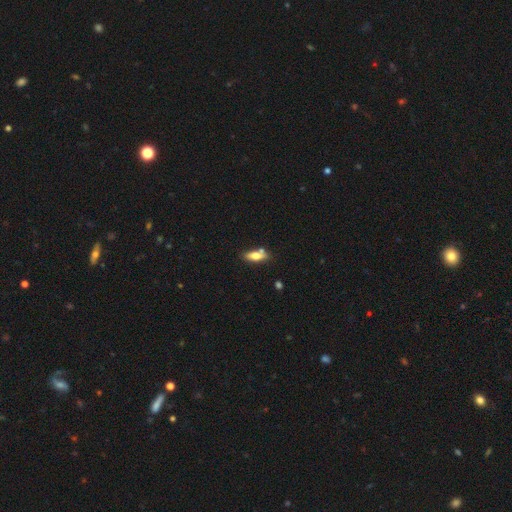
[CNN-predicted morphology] A smooth galaxy with no disk features (68%) that is in between round and cigar-shaped (66%). Merging: none (67%).